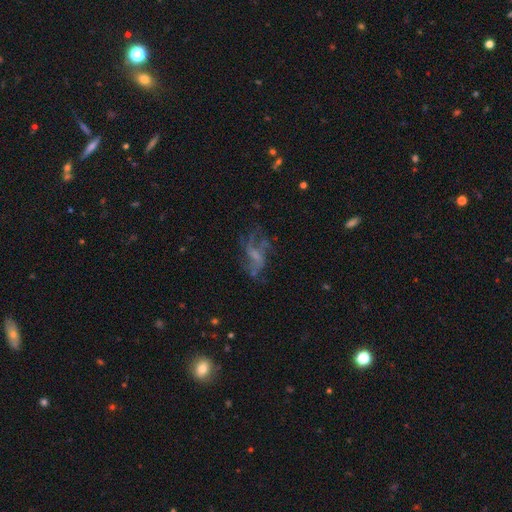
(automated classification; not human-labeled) A featured or disk galaxy (64%) with no bar (52%), spiral arms (68%) and no central bulge (46%).

Vote fractions:
- Smooth or featured? featured or disk: 64% / smooth: 19% / star or artifact: 17%
- Edge-on disk? no: 95% / yes: 5%
- Bar? no: 52% / weak: 37% / strong: 11%
- Spiral arms? yes: 68% / no: 32%
- Bulge size? none: 46% / small: 31% / moderate: 18% / large: 4% / dominant: 1%
- Merging? none: 51% / major disturbance: 28% / minor disturbance: 18% / merger: 4%